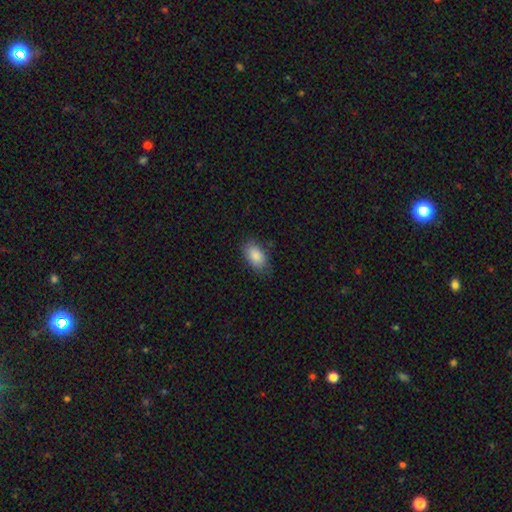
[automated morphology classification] Overall: smooth (87%). How rounded: in between (92%). Merging: none (77%).